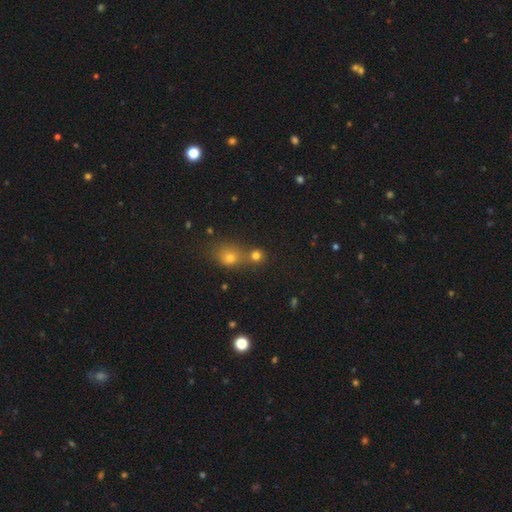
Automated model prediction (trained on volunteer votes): Smooth or featured? Predicted: smooth (p=0.67). How rounded? Predicted: round (p=0.81). Merging? Predicted: none (p=0.48).